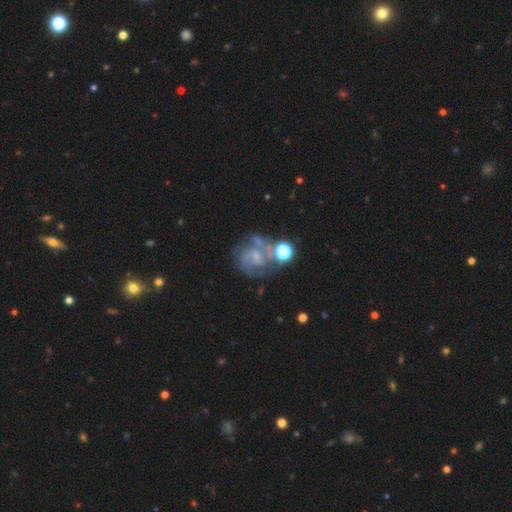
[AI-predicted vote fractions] The model was most divided on "spiral winding" (2-way tie): tight: 42%, medium: 42%, loose: 16%. Remaining: edge-on disk — no (98%); spiral arms — yes (79%); smooth or featured — featured or disk (68%); bar — no (50%); merging — none (48%); spiral arm count — 2 (47%); bulge size — none (43%).